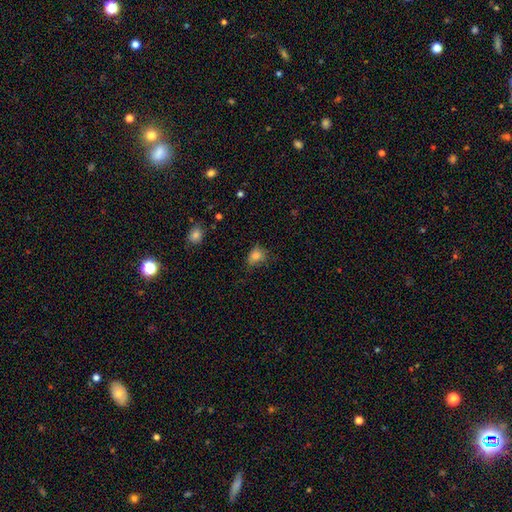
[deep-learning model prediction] Smooth or featured? smooth (81%)
How rounded? in between (51%)
Merging? none (65%)